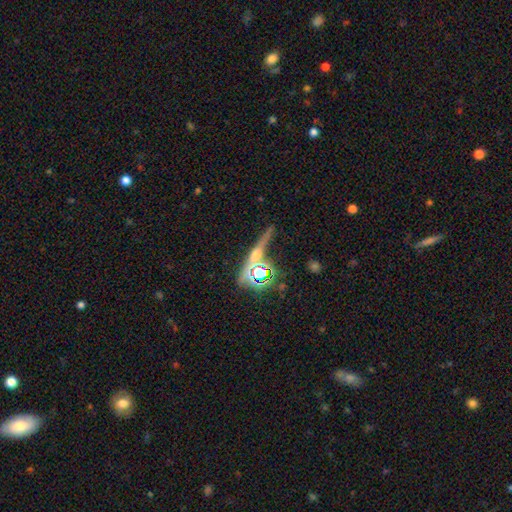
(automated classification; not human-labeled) A star or artifact, not a galaxy (40%).